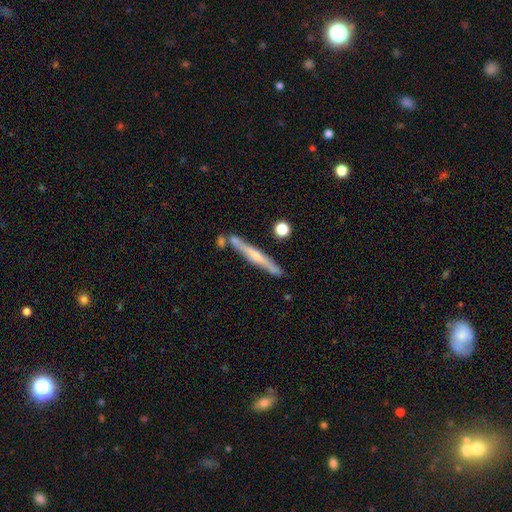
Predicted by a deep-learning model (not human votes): Morphology: type=featured or disk (58%); edge-on=yes (95%); edge-on bulge=rounded (57%); merging=none (76%).